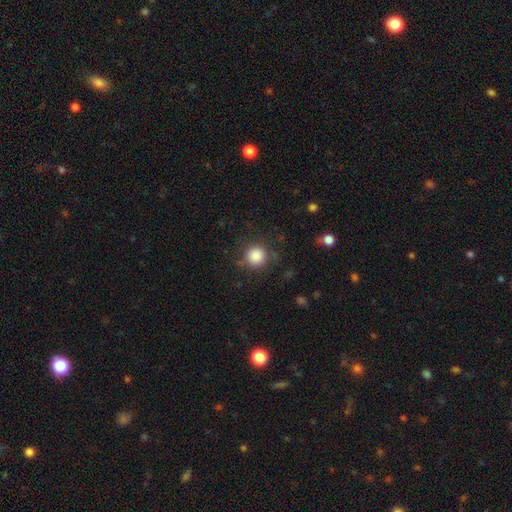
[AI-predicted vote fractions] Smooth or featured? smooth (85%)
How rounded? round (94%)
Merging? none (80%)